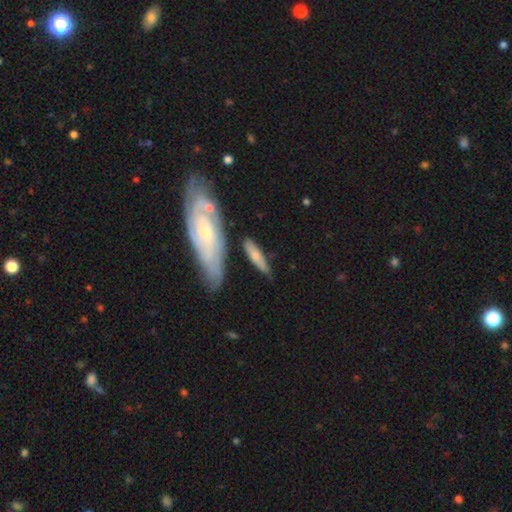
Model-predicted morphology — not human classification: smooth 59%, featured or disk 36%, star or artifact 6%. Down the decision tree: how rounded — cigar-shaped (64%); merging — none (68%).